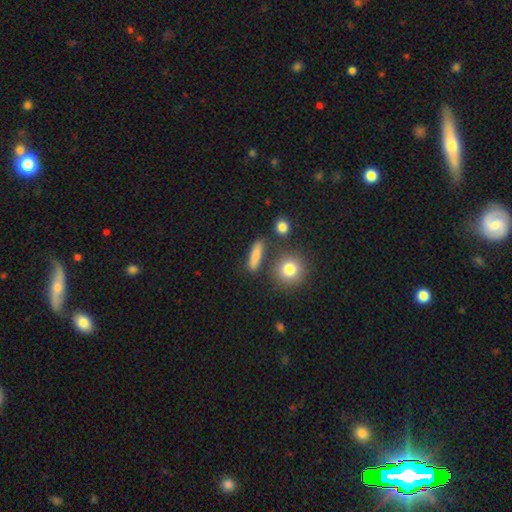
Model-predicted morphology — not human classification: Overall: smooth (79%). How rounded: cigar-shaped (47%; in between 31%). Merging: none (77%).